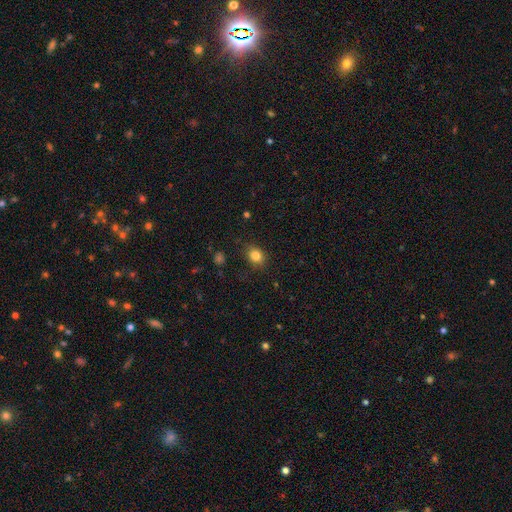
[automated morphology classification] This is clearly a smooth galaxy (83%). How rounded: possibly round (53%). Merging: clearly none (85%).